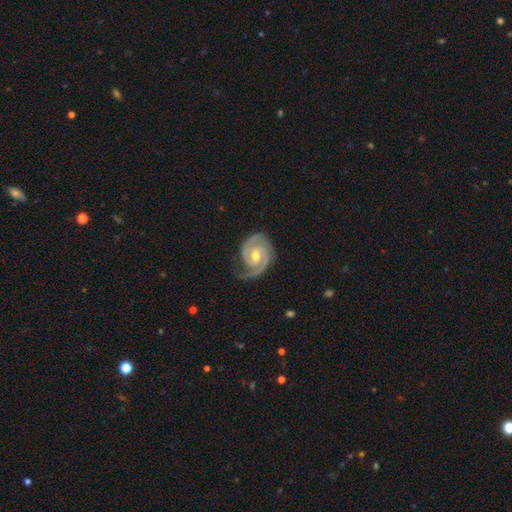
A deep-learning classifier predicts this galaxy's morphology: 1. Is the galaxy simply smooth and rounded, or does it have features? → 92% featured or disk, 4% star or artifact, 4% smooth.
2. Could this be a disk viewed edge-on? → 98% no, 2% yes.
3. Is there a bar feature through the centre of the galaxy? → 50% no, 38% weak, 12% strong.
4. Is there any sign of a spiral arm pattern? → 98% yes, 2% no.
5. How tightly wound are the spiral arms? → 61% tight, 34% medium, 5% loose.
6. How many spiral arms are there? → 75% 2, 14% 3, 4% can't tell, 3% 1, 2% 4, 2% more than 4.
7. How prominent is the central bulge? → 63% moderate, 34% small, 2% large, 1% none, 1% dominant.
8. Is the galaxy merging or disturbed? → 74% none, 19% minor disturbance, 6% major disturbance, 1% merger.